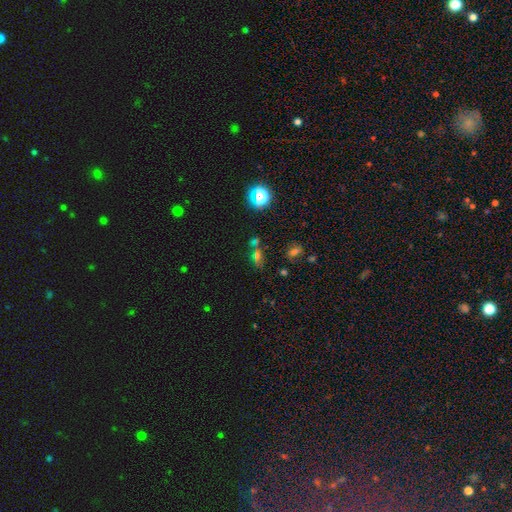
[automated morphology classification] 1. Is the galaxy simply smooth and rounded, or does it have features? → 45% star or artifact, 37% smooth, 17% featured or disk.